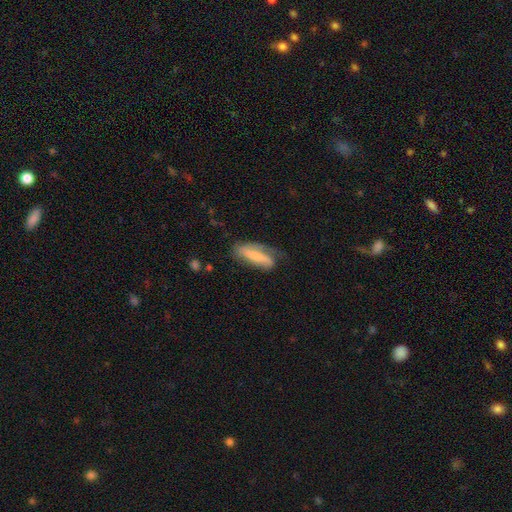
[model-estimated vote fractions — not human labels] Q: Smooth or featured?
A: smooth (55%); runner-up: featured or disk (38%)
Q: How rounded?
A: in between (49%); runner-up: cigar-shaped (48%)
Q: Merging?
A: none (51%); runner-up: minor disturbance (30%)